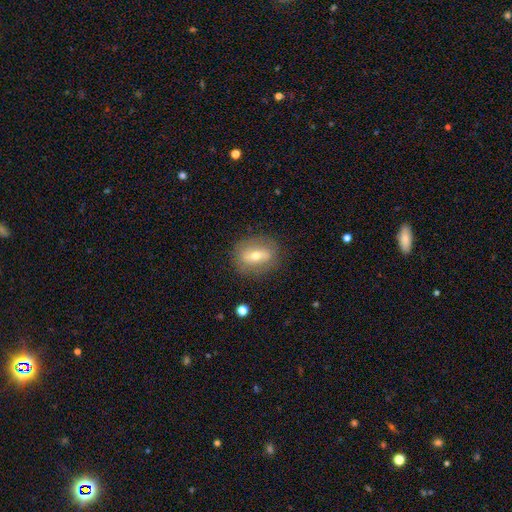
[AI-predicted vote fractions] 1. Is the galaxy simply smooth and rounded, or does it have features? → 47% featured or disk, 45% smooth, 9% star or artifact.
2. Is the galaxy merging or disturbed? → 81% none, 13% minor disturbance, 5% major disturbance, 1% merger.